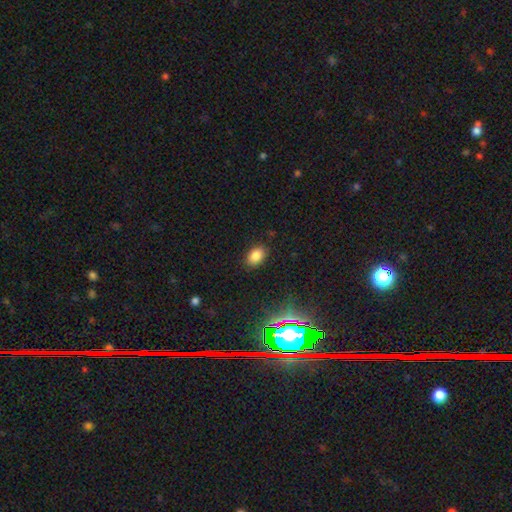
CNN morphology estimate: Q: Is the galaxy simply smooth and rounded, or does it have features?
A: smooth — 81%.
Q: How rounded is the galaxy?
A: in between — 84%.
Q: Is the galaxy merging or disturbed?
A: none — 87%.